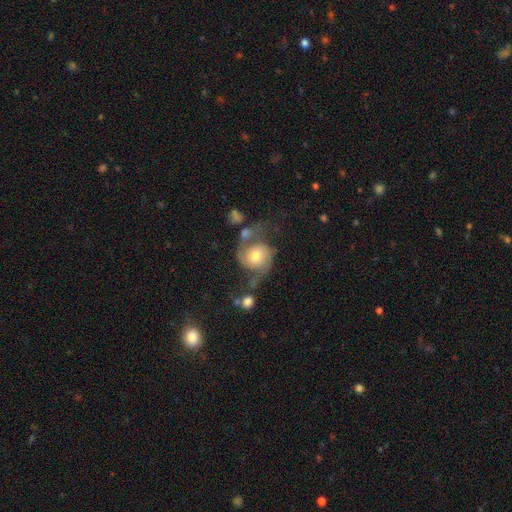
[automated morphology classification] This appears to be a featured or disk galaxy (78%) with no bar (73%), 2 (90%) medium (44%) spiral arms (94%) and a moderate central bulge (65%). Merging: none (45%).